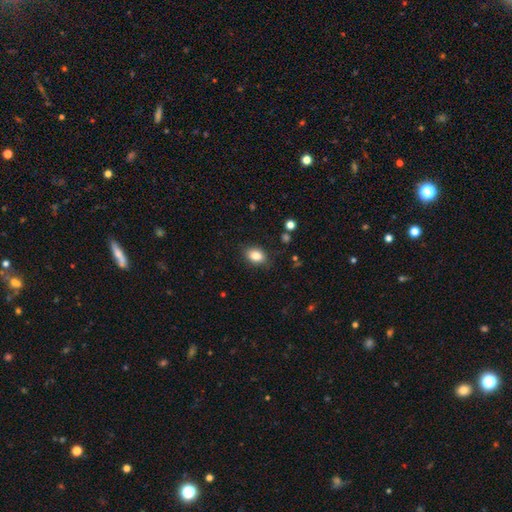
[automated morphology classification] This appears to be a smooth galaxy with no disk features (85%) that is in between round and cigar-shaped (76%). Merging: none (84%).